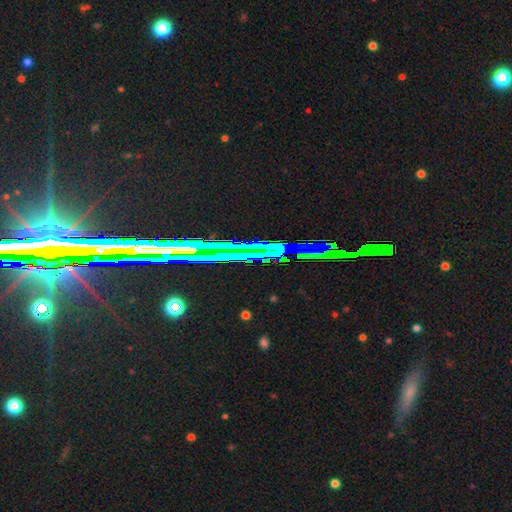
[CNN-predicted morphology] type=star or artifact (75%).